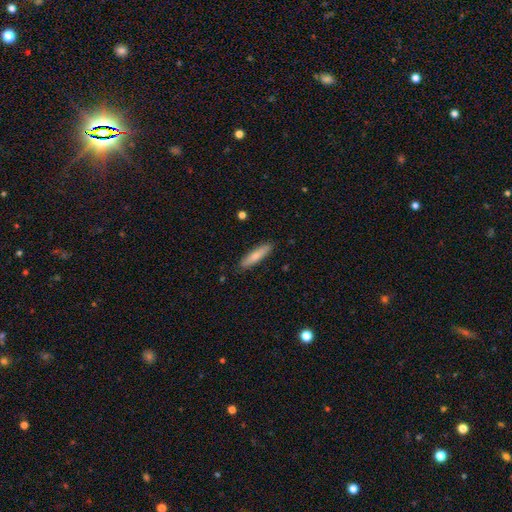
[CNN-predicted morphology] Overall: smooth (79%). How rounded: cigar-shaped (80%). Merging: none (88%).